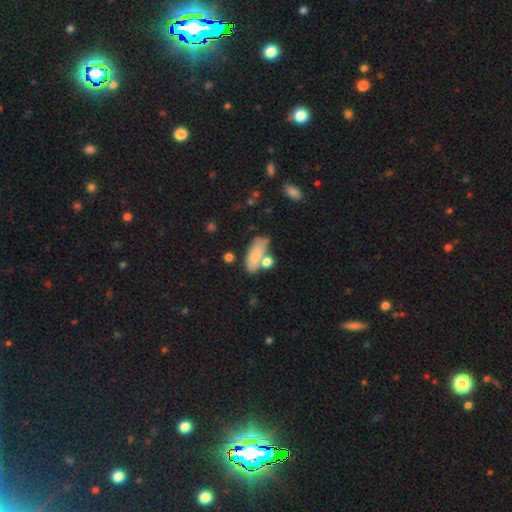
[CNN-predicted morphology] A smooth galaxy with no disk features (73%) that is in between round and cigar-shaped (82%). Merging: none (49%).